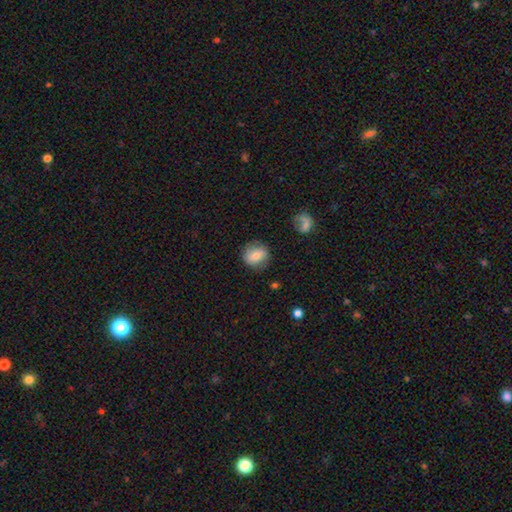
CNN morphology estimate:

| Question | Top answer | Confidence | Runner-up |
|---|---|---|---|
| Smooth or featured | smooth | 71% | featured or disk (20%) |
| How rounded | round | 78% | in between (20%) |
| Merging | none | 81% | minor disturbance (13%) |